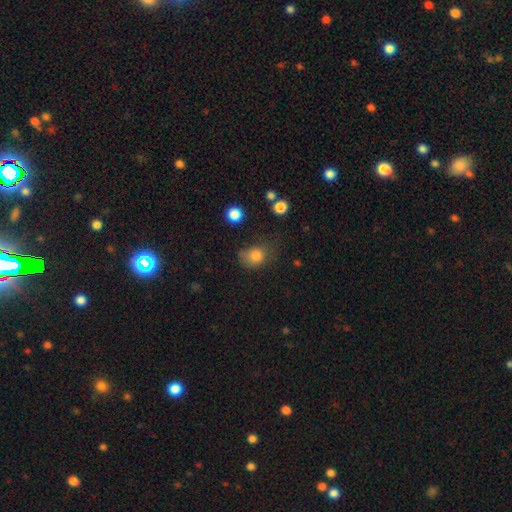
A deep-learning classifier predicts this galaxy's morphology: This is clearly a smooth galaxy (80%). How rounded: possibly round (50%). Merging: marginally none (45%).